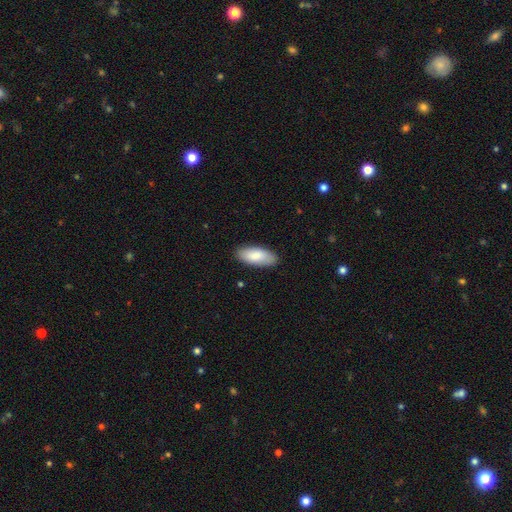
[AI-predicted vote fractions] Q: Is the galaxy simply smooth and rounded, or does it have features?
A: smooth — 85%.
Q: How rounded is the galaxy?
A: in between — 85%.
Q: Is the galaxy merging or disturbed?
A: none — 88%.